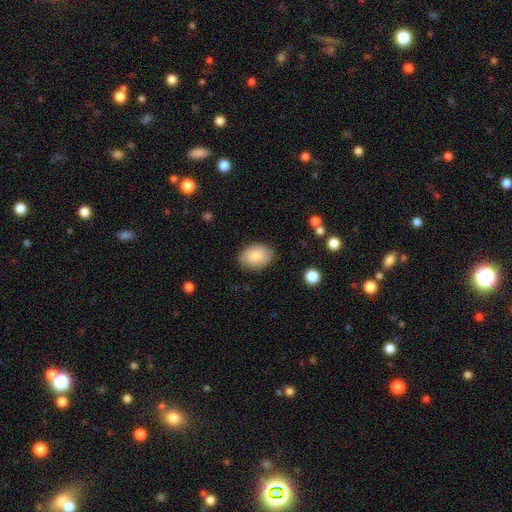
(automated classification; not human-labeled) This appears to be a smooth galaxy with no disk features (84%) that is in between round and cigar-shaped (75%). Merging: none (86%).